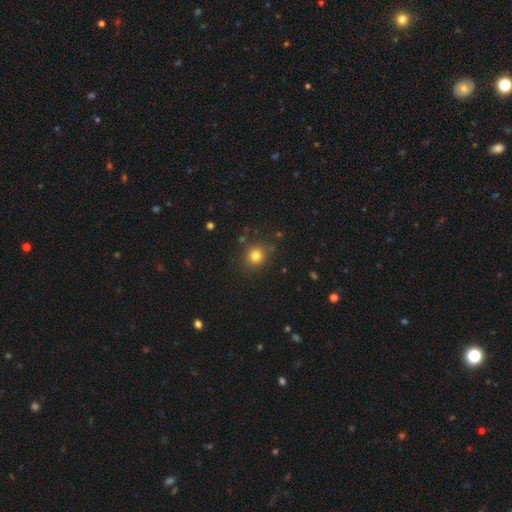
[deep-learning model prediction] smooth 80%, star or artifact 14%, featured or disk 6%. Down the decision tree: how rounded — round (82%); merging — none (85%).